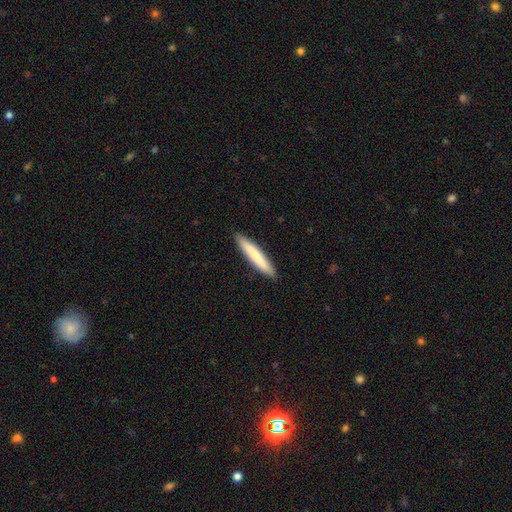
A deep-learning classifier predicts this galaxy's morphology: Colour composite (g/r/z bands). It shows a smooth galaxy with no disk features (76%) that is cigar-shaped (93%). Merging: none (91%).